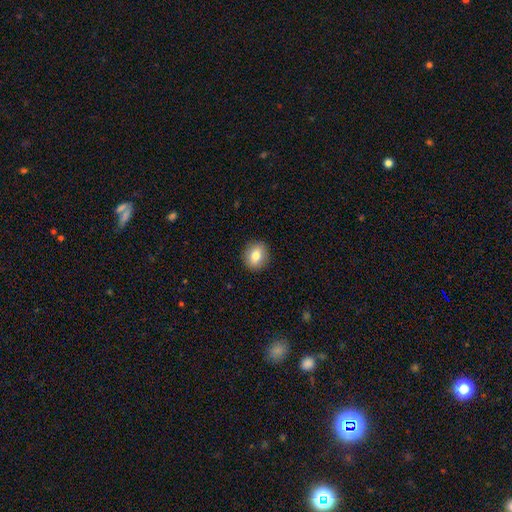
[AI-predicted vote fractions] This appears to be a smooth galaxy with no disk features (78%) that is round (66%). Merging: none (90%).